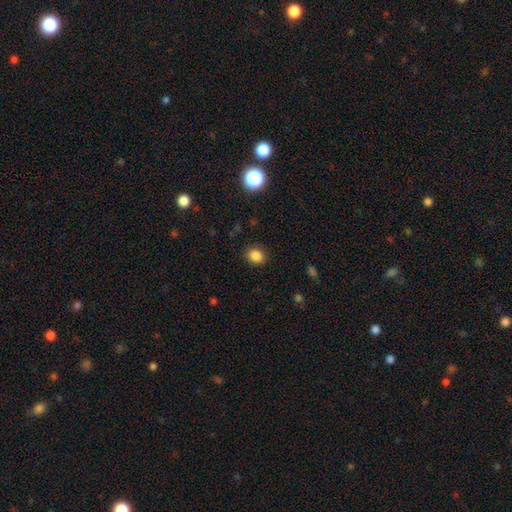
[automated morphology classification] Overall: smooth (85%). How rounded: round (61%; in between 38%). Merging: none (88%).